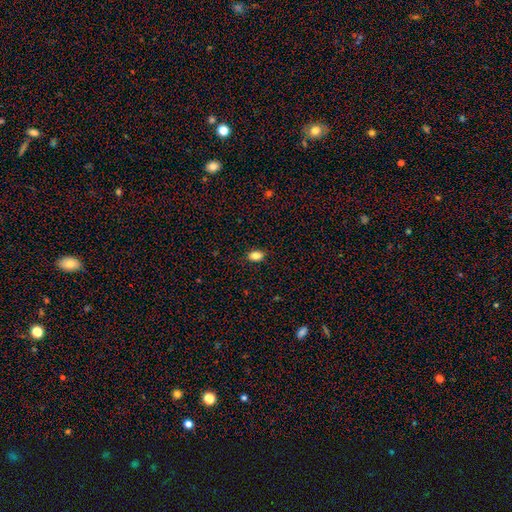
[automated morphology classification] type=smooth (85%); roundness=in between (84%); merging=none (88%).